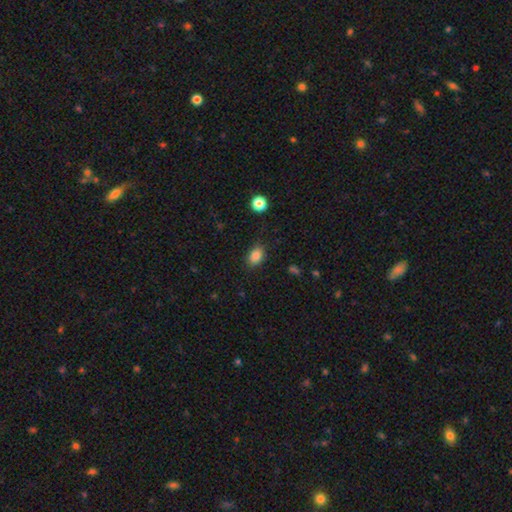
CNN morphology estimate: This appears to be a smooth galaxy with no disk features (85%) that is in between round and cigar-shaped (75%). Merging: none (83%).